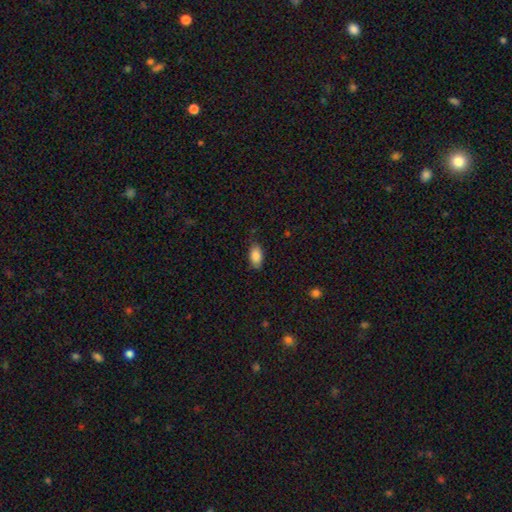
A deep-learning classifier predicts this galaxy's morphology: smooth 87%, star or artifact 7%, featured or disk 6%. Down the decision tree: how rounded — in between (92%); merging — none (81%).